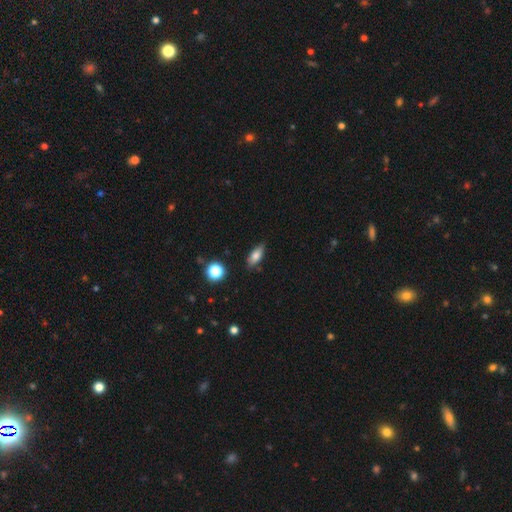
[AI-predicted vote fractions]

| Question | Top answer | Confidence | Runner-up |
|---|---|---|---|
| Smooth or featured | smooth | 75% | featured or disk (16%) |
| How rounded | in between | 75% | cigar-shaped (20%) |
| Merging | none | 80% | minor disturbance (15%) |